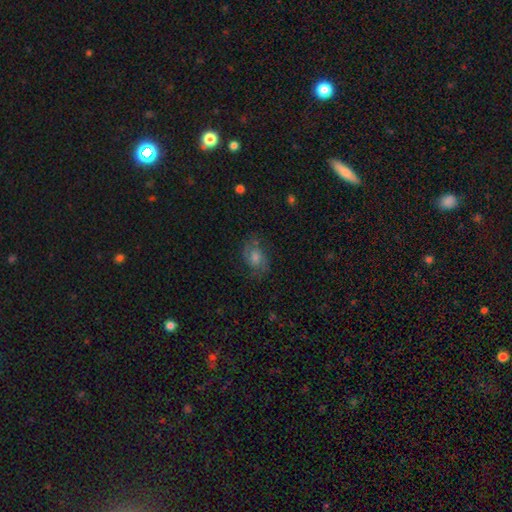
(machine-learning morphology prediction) smooth_or_featured: featured or disk (p=0.56) [alt: smooth p=0.28]
disk_edge_on: no (p=0.96) [alt: yes p=0.04]
bar: no (p=0.63) [alt: weak p=0.32]
has_spiral_arms: yes (p=0.88) [alt: no p=0.12]
bulge_size: moderate (p=0.53) [alt: small p=0.27]
merging: none (p=0.75) [alt: minor disturbance p=0.16]